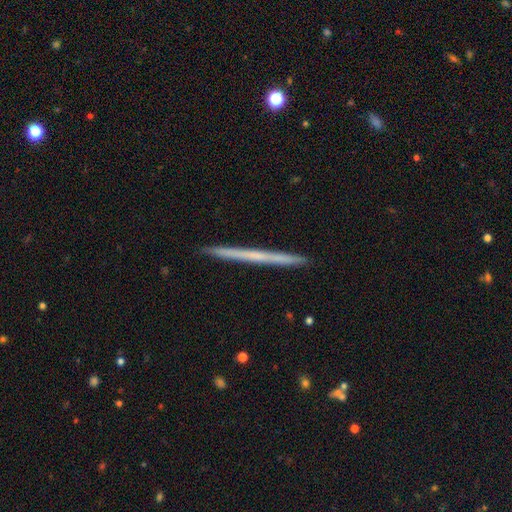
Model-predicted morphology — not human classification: Smooth or featured? Predicted: featured or disk (p=0.55). Edge-on disk? Predicted: yes (p=0.98). Edge-on bulge? Predicted: none (p=0.90). Merging? Predicted: none (p=0.93).